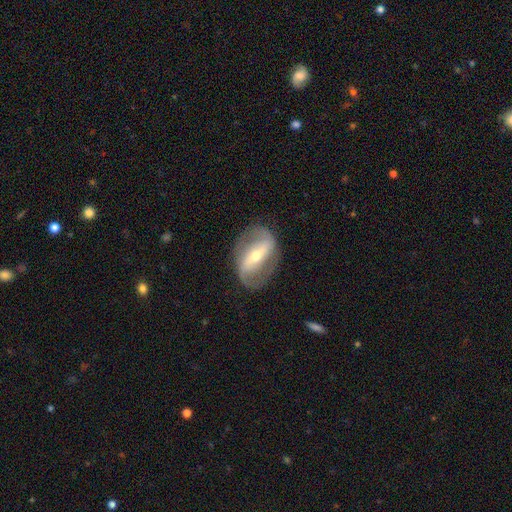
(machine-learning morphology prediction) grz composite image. It shows a featured or disk galaxy (82%) with a strong bar (61%), 2 (87%) medium (39%) spiral arms (85%) and a moderate central bulge (48%). Merging: none (81%).